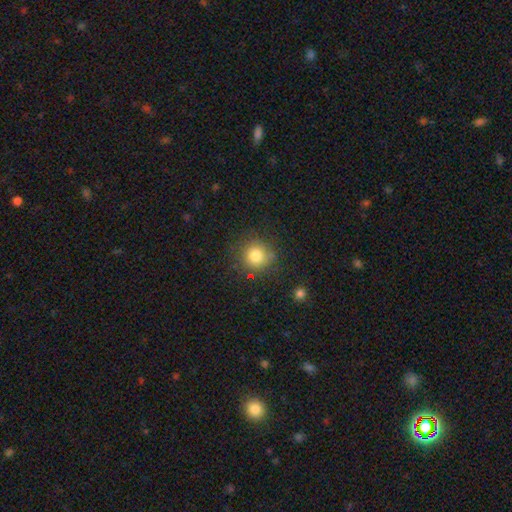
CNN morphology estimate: The model was most divided on "smooth or featured": smooth: 81%, star or artifact: 12%, featured or disk: 7%. More confident: how rounded — round (92%); merging — none (81%).